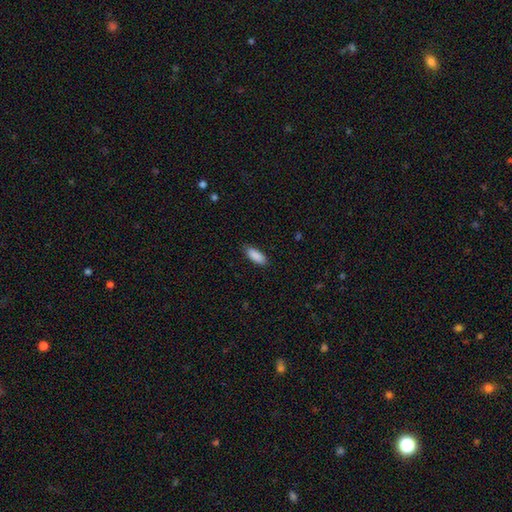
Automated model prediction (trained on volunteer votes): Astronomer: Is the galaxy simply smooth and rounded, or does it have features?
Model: smooth — 90%.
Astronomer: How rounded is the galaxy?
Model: in between — 78%.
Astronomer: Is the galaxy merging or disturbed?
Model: none — 87%.